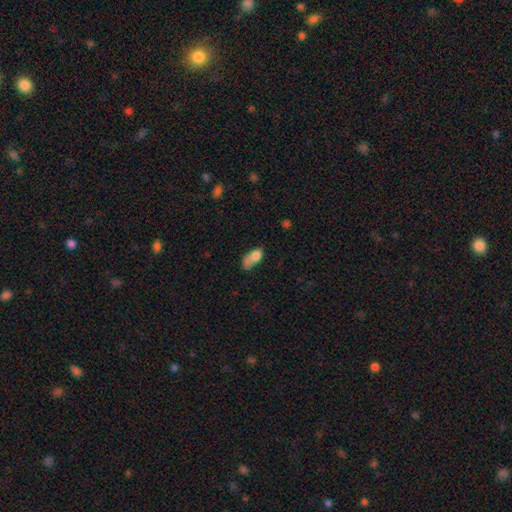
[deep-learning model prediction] Morphology: type=smooth (72%); roundness=in between (79%); merging=merger (28%).